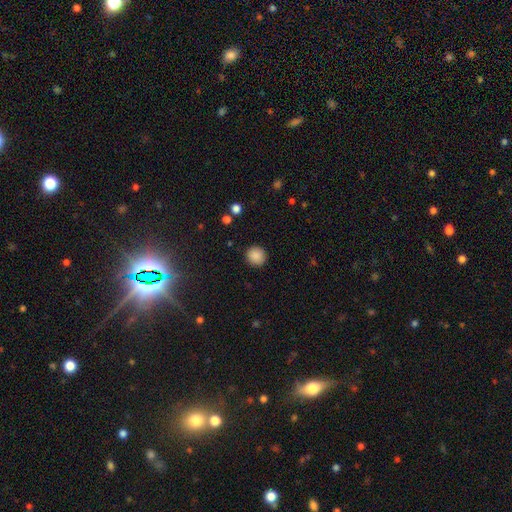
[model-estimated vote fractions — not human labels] Smooth or featured? Predicted: smooth (p=0.88). How rounded? Predicted: round (p=0.91). Merging? Predicted: none (p=0.91).